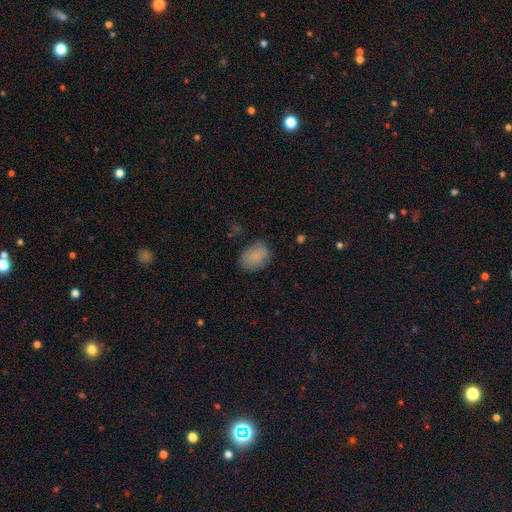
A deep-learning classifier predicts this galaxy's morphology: This appears to be a smooth galaxy with no disk features (83%) that is in between round and cigar-shaped (73%). Merging: none (74%).